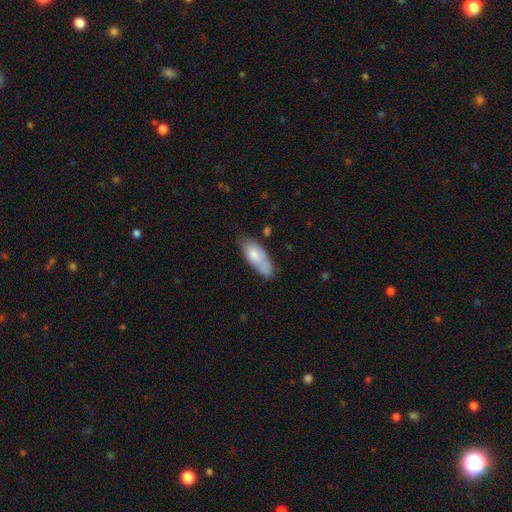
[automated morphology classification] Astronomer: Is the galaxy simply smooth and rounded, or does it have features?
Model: smooth — 75%.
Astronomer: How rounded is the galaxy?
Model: in between — 76%.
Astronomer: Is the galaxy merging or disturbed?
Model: none — 53% (runner-up: minor disturbance, 32%).